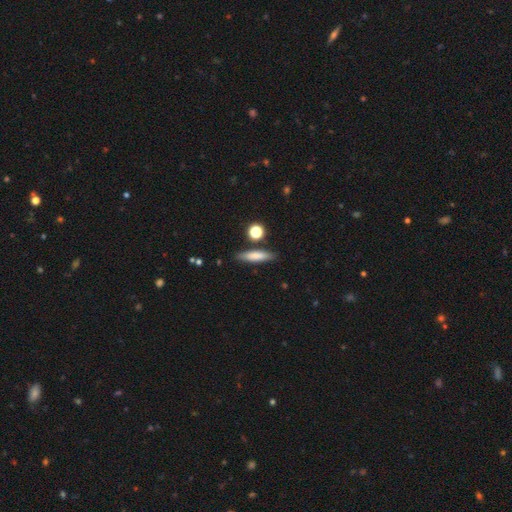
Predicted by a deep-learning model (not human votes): This appears to be a smooth galaxy with no disk features (74%) that is cigar-shaped (76%). Merging: none (82%).